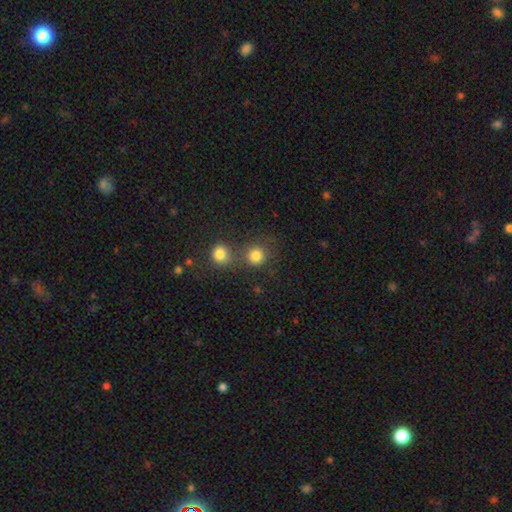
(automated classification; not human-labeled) Smooth or featured?
  - smooth: 82% *
  - star or artifact: 12%
  - featured or disk: 6%
How rounded?
  - round: 90% *
  - in between: 9%
  - cigar-shaped: 1%
Merging?
  - none: 59% *
  - merger: 28%
  - minor disturbance: 8%
  - major disturbance: 4%